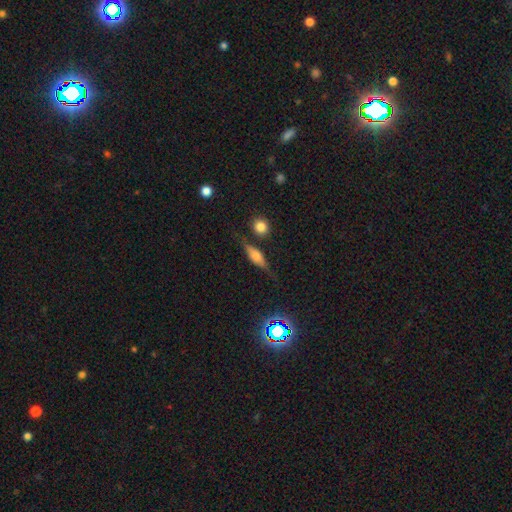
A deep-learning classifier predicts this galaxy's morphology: Q: Smooth or featured?
A: featured or disk (58%); runner-up: smooth (32%)
Q: Edge-on disk?
A: yes (92%); runner-up: no (8%)
Q: Edge-on bulge?
A: rounded (79%); runner-up: boxy (17%)
Q: Merging?
A: none (75%); runner-up: minor disturbance (16%)